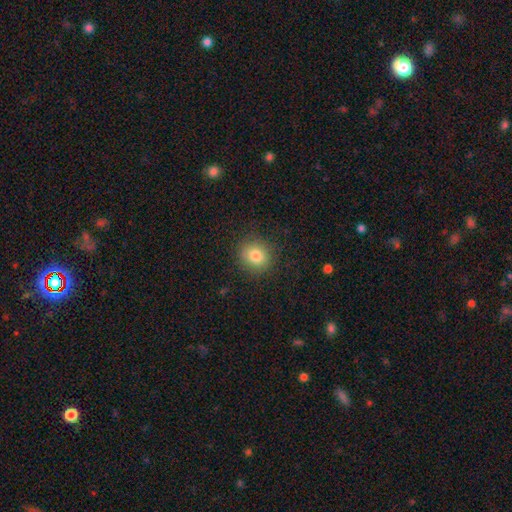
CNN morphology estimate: Smooth or featured: smooth — 81% (star or artifact — 11%)
How rounded: round — 84% (in between — 15%)
Merging: none — 87% (minor disturbance — 9%)